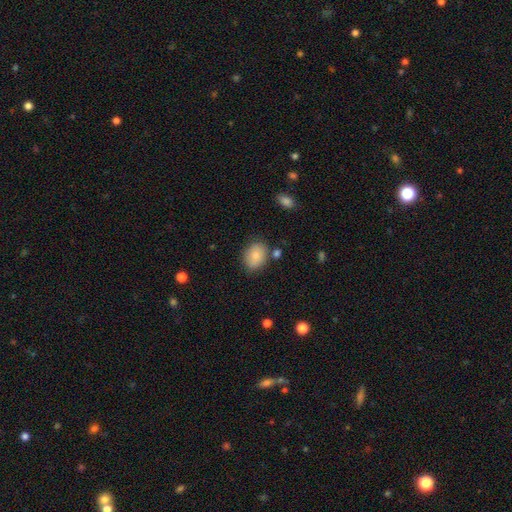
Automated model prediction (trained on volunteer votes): Smooth or featured?
  - smooth: 83% *
  - featured or disk: 9%
  - star or artifact: 8%
How rounded?
  - in between: 66% *
  - round: 33%
  - cigar-shaped: 1%
Merging?
  - none: 76% *
  - minor disturbance: 15%
  - merger: 5%
  - major disturbance: 4%